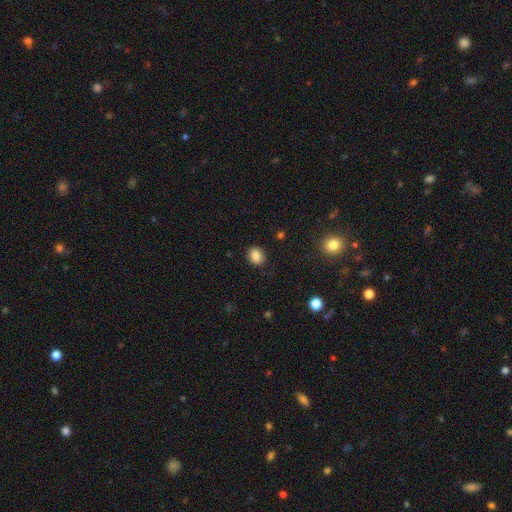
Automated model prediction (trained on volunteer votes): smooth_or_featured: smooth (p=0.84) [alt: star or artifact p=0.10]
how_rounded: round (p=0.57) [alt: in between p=0.42]
merging: none (p=0.87) [alt: minor disturbance p=0.09]